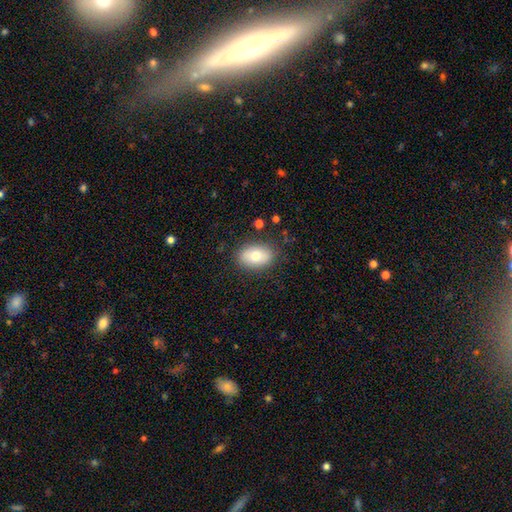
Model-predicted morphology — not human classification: smooth_or_featured: smooth (p=0.75) [alt: featured or disk p=0.17]
how_rounded: in between (p=0.87) [alt: round p=0.11]
merging: none (p=0.84) [alt: minor disturbance p=0.11]